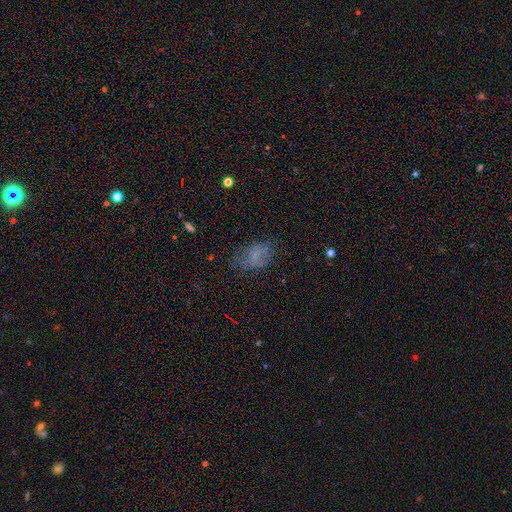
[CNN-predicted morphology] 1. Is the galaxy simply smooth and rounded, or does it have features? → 54% smooth, 28% featured or disk, 17% star or artifact.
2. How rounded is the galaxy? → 85% in between, 12% round, 3% cigar-shaped.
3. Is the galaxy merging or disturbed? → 58% none, 23% minor disturbance, 17% major disturbance, 2% merger.